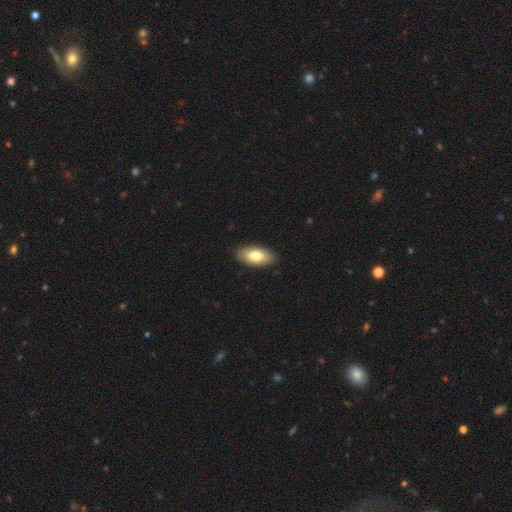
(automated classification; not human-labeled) smooth-or-featured: smooth: 78% | featured or disk: 15% | star or artifact: 6%
  how-rounded: in between: 93% | cigar-shaped: 4% | round: 3%
  merging: none: 88% | minor disturbance: 9% | major disturbance: 2% | merger: 1%